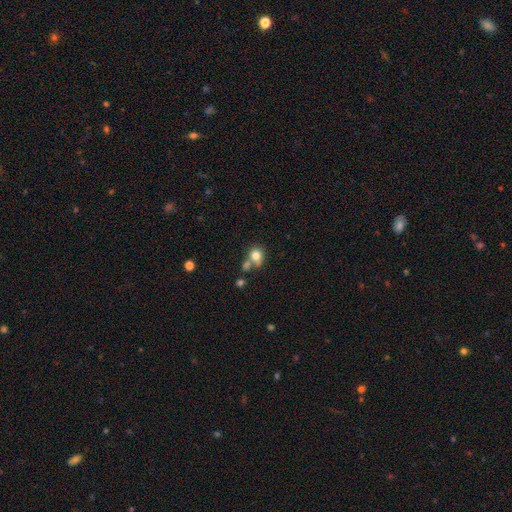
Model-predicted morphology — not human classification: Smooth or featured? smooth (78%)
How rounded? round (73%)
Merging? none (49%)